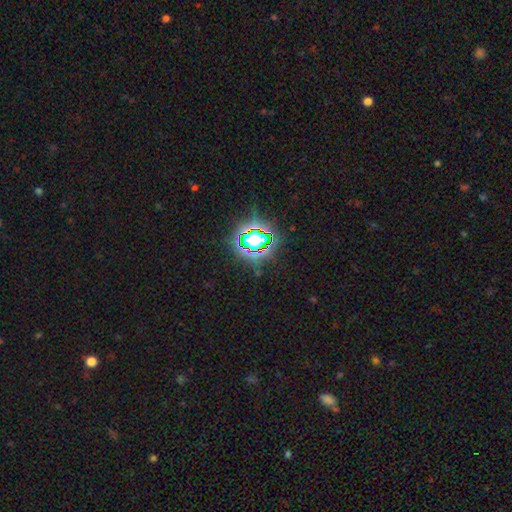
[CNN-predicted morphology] type=star or artifact (78%).